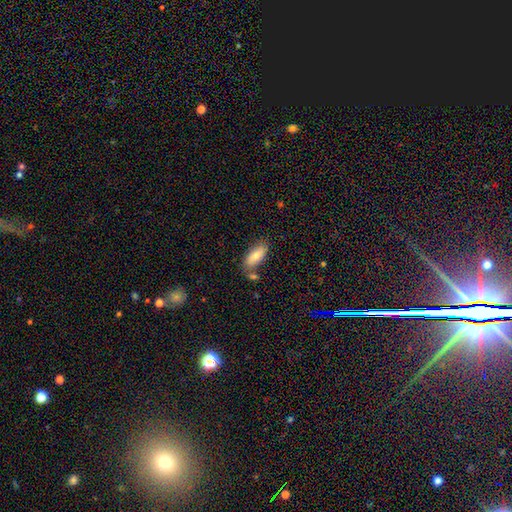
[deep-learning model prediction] Smooth or featured? Predicted: smooth (p=0.78). How rounded? Predicted: in between (p=0.82). Merging? Predicted: none (p=0.67).